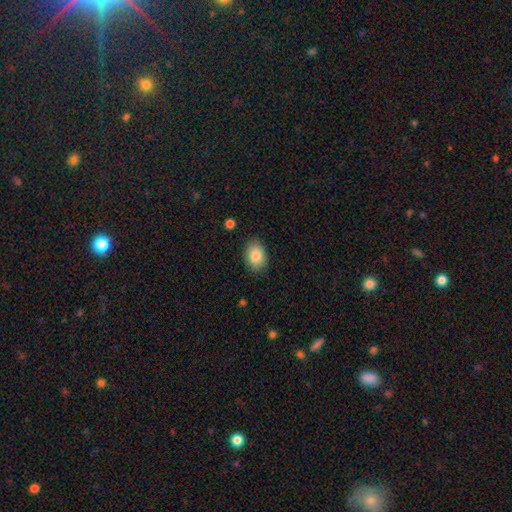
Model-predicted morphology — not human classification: smooth_or_featured: smooth (p=0.84) [alt: featured or disk p=0.08]
how_rounded: in between (p=0.82) [alt: round p=0.17]
merging: none (p=0.86) [alt: minor disturbance p=0.10]